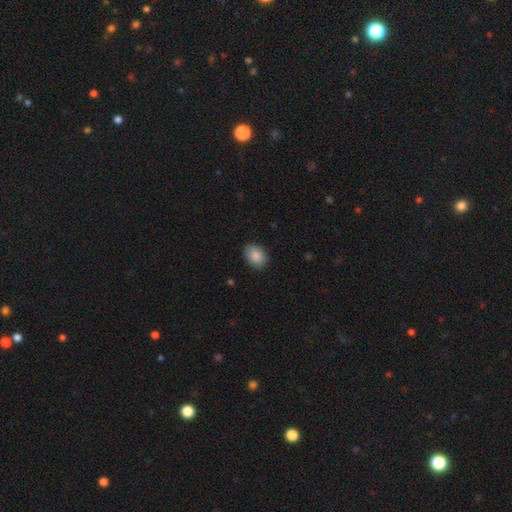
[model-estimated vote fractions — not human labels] Q: Smooth or featured?
A: smooth (89%); runner-up: star or artifact (7%)
Q: How rounded?
A: in between (72%); runner-up: round (27%)
Q: Merging?
A: none (87%); runner-up: minor disturbance (10%)